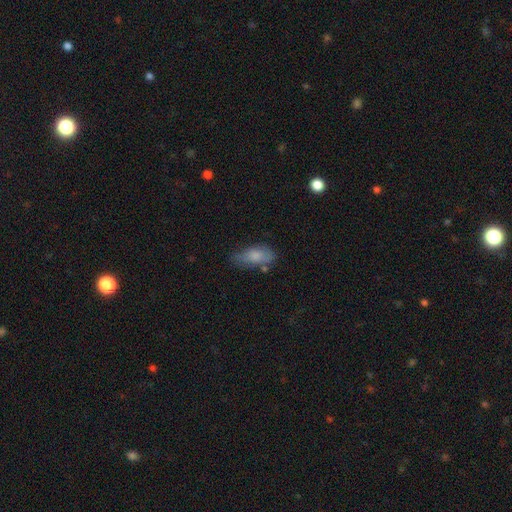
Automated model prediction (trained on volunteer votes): Q: Smooth or featured?
A: smooth (75%); runner-up: featured or disk (17%)
Q: How rounded?
A: in between (88%); runner-up: cigar-shaped (9%)
Q: Merging?
A: none (52%); runner-up: minor disturbance (32%)